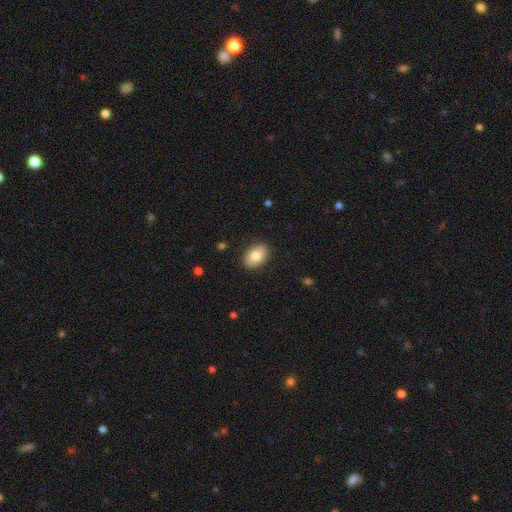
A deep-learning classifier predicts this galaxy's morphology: Smooth or featured? Predicted: smooth (p=0.81). How rounded? Predicted: in between (p=0.87). Merging? Predicted: none (p=0.88).